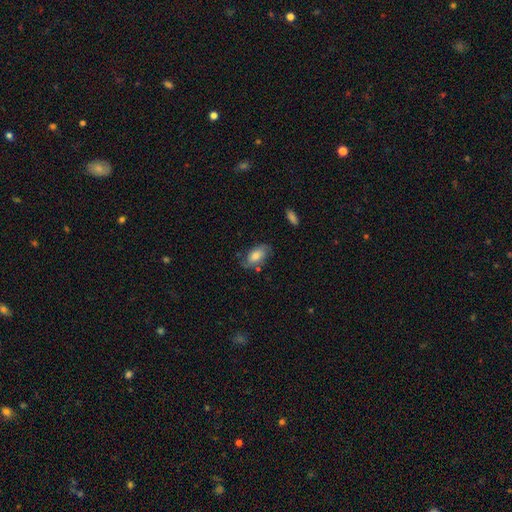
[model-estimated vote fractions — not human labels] Smooth or featured?
  - smooth: 60% *
  - featured or disk: 32%
  - star or artifact: 8%
How rounded?
  - in between: 90% *
  - round: 6%
  - cigar-shaped: 3%
Merging?
  - none: 67% *
  - minor disturbance: 23%
  - major disturbance: 7%
  - merger: 3%